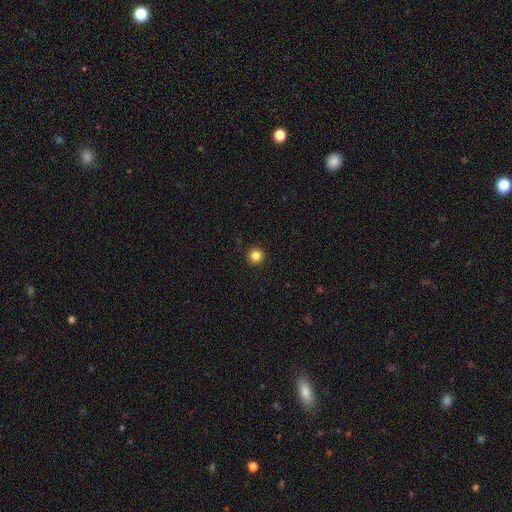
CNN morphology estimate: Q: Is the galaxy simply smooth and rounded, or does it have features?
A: smooth — 83%.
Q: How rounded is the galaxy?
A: round — 96%.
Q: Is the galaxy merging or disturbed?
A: none — 94%.